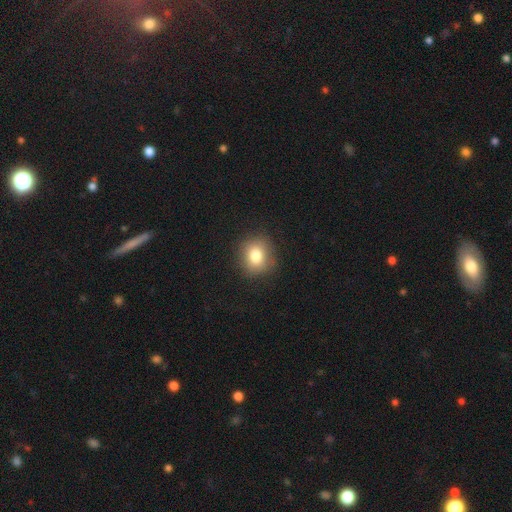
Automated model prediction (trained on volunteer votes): Smooth or featured: smooth — 80% (star or artifact — 11%)
How rounded: round — 79% (in between — 20%)
Merging: none — 86% (minor disturbance — 10%)